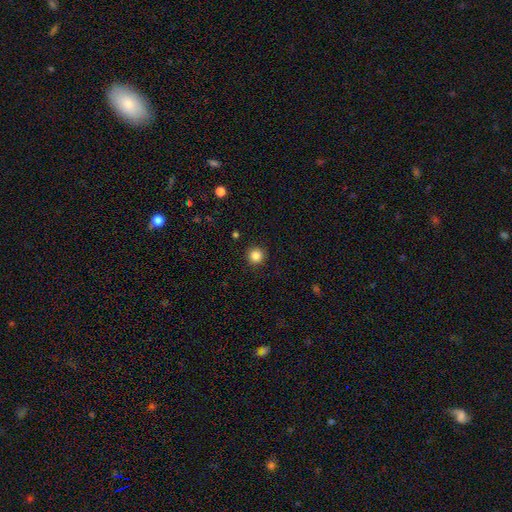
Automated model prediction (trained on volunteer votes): Smooth or featured: smooth — 86% (star or artifact — 11%)
How rounded: round — 96% (in between — 3%)
Merging: none — 92% (minor disturbance — 5%)